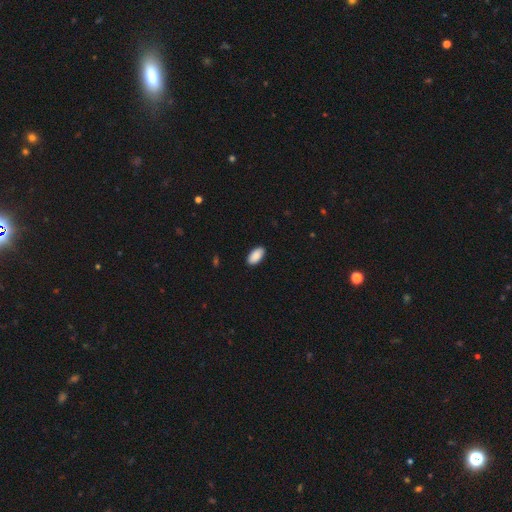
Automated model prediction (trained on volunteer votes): This is clearly a smooth galaxy (90%). How rounded: clearly in between (95%). Merging: clearly none (89%).